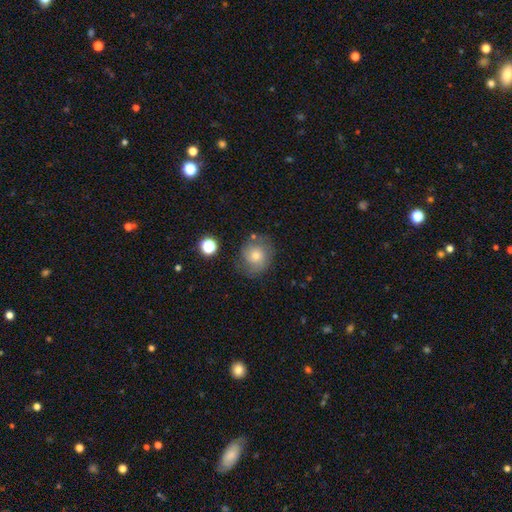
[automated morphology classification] smooth 63%, featured or disk 24%, star or artifact 12%. Down the decision tree: how rounded — round (81%); merging — none (70%).